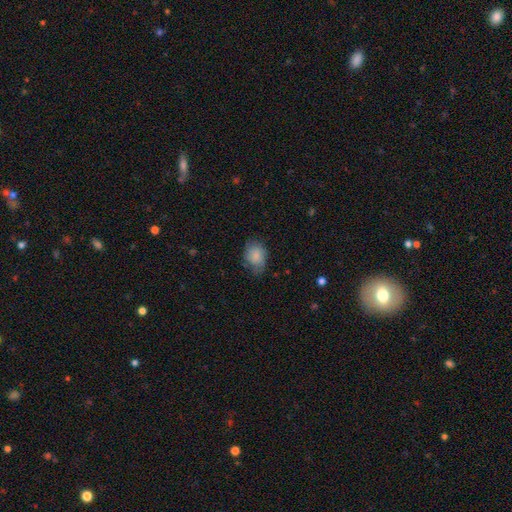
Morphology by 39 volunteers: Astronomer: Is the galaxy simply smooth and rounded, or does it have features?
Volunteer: smooth — 85%.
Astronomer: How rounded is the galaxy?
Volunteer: in between — 64%.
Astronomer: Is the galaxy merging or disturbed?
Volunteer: none — 66%.